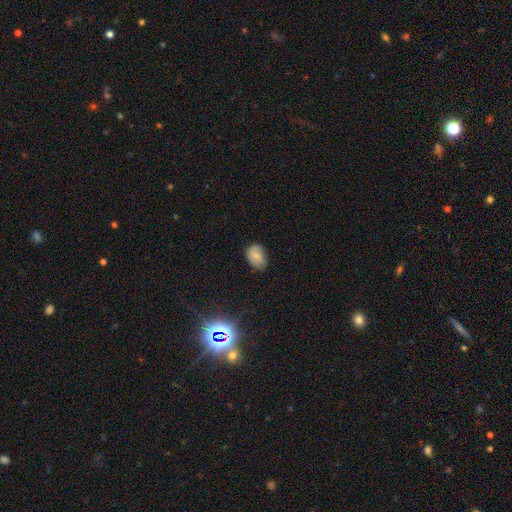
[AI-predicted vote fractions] Smooth or featured? Predicted: smooth (p=0.67). How rounded? Predicted: in between (p=0.80). Merging? Predicted: none (p=0.71).